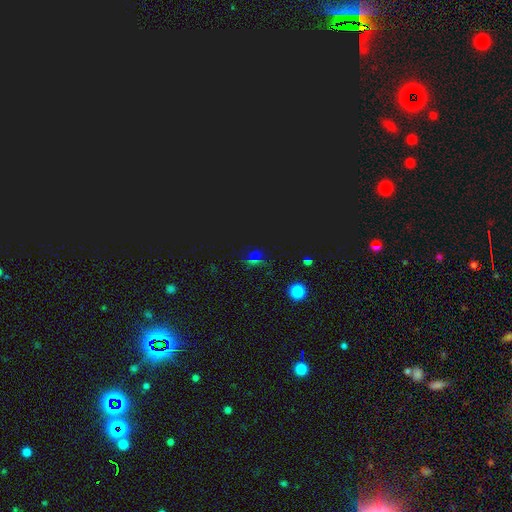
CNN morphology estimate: A star or artifact, not a galaxy (69%).

Vote fractions:
- Smooth or featured? star or artifact: 69% / smooth: 22% / featured or disk: 8%